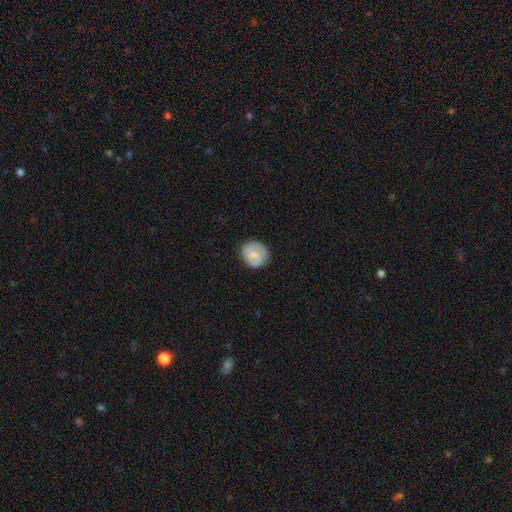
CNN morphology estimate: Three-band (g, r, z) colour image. It shows a smooth galaxy with no disk features (60%) that is round (68%). Merging: none (74%).